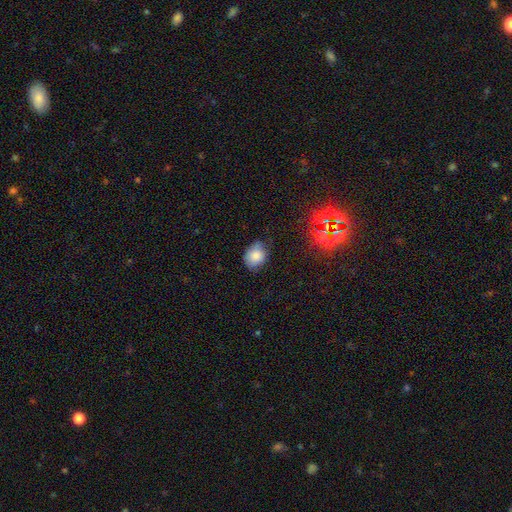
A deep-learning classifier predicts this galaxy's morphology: smooth_or_featured: smooth (p=0.81) [alt: star or artifact p=0.11]
how_rounded: in between (p=0.50) [alt: round p=0.49]
merging: none (p=0.61) [alt: minor disturbance p=0.31]